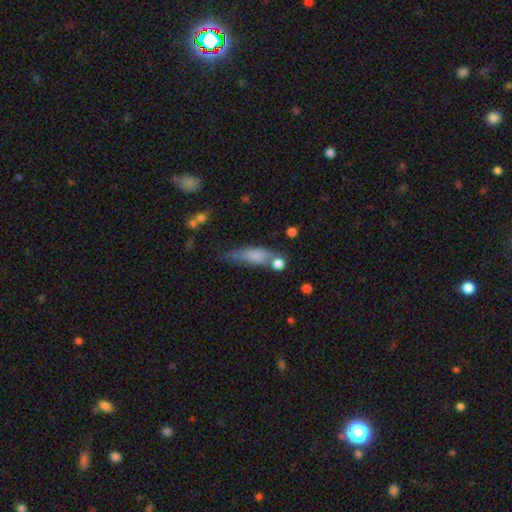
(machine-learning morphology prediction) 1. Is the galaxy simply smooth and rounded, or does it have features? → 70% smooth, 21% featured or disk, 9% star or artifact.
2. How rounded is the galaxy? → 58% cigar-shaped, 38% in between, 4% round.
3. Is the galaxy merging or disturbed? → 43% none, 28% minor disturbance, 16% merger, 14% major disturbance.